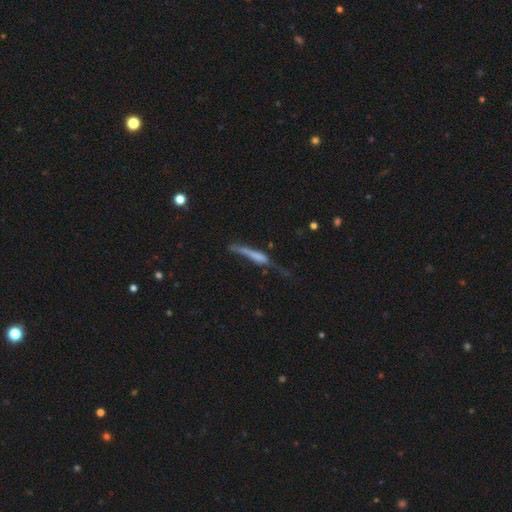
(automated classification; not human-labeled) The model was most divided on "smooth or featured" (2-way tie): featured or disk: 45%, smooth: 45%, star or artifact: 9%. Remaining: merging — none (33%).